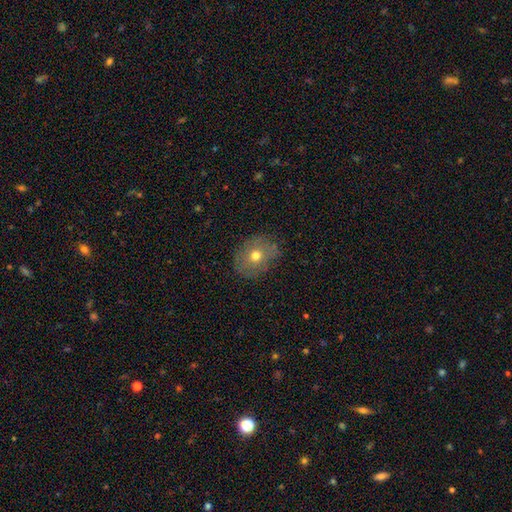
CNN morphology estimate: This appears to be a smooth galaxy with no disk features (66%) that is round (50%). Merging: none (79%).